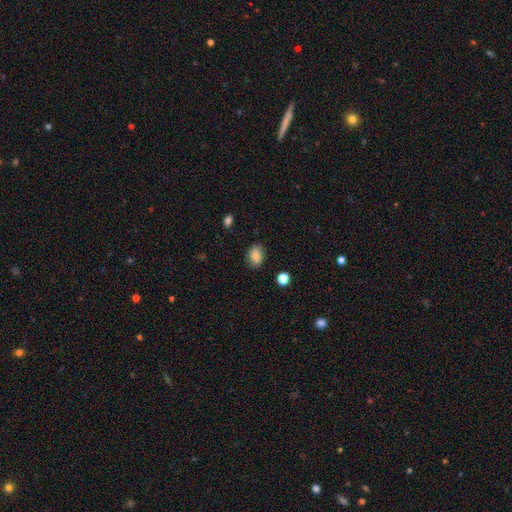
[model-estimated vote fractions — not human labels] smooth-or-featured: smooth: 84% | star or artifact: 9% | featured or disk: 7%
  how-rounded: in between: 81% | round: 18% | cigar-shaped: 1%
  merging: none: 82% | minor disturbance: 14% | major disturbance: 3% | merger: 1%